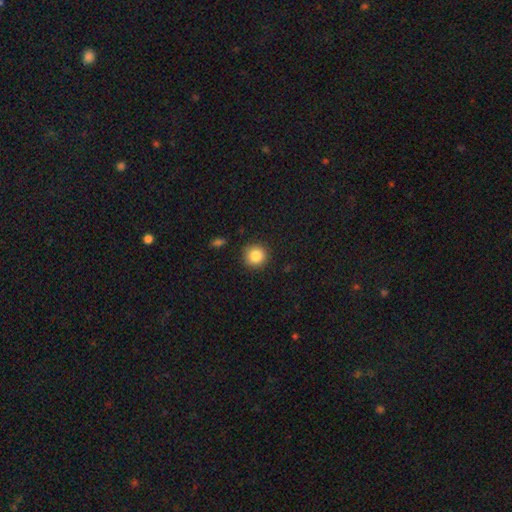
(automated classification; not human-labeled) Q: Smooth or featured?
A: smooth (86%); runner-up: star or artifact (9%)
Q: How rounded?
A: round (93%); runner-up: in between (6%)
Q: Merging?
A: none (89%); runner-up: minor disturbance (7%)